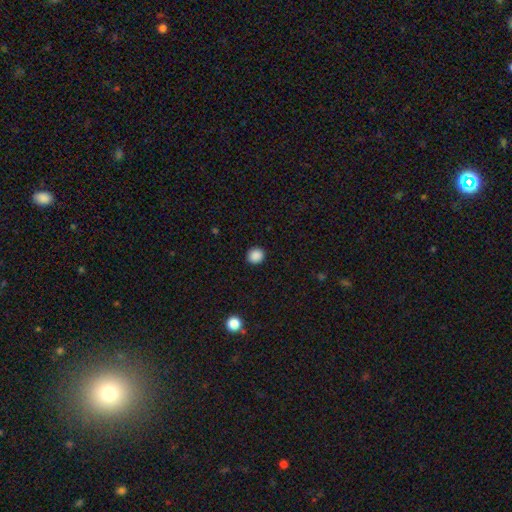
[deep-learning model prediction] Smooth or featured?
  - smooth: 88% *
  - star or artifact: 10%
  - featured or disk: 2%
How rounded?
  - round: 85% *
  - in between: 14%
  - cigar-shaped: 1%
Merging?
  - none: 92% *
  - minor disturbance: 5%
  - major disturbance: 2%
  - merger: 1%